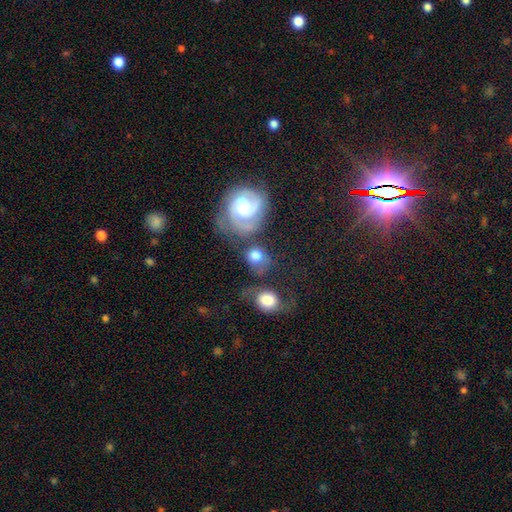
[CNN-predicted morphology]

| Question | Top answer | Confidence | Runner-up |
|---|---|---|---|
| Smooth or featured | smooth | 57% | featured or disk (34%) |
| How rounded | round | 65% | in between (33%) |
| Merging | none | 43% | merger (26%) |